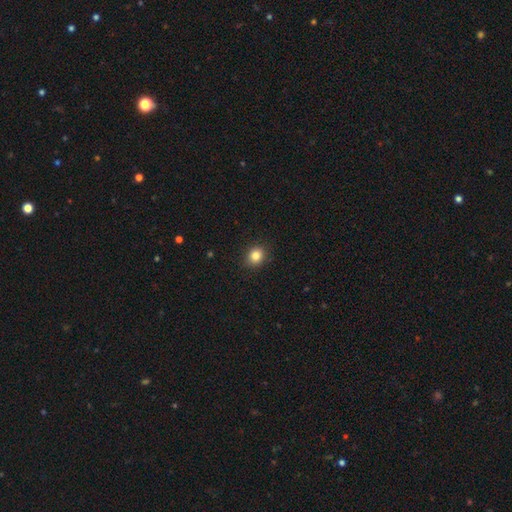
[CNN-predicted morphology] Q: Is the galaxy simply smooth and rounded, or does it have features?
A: smooth — 83%.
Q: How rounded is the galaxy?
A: round — 73%.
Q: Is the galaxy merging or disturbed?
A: none — 89%.